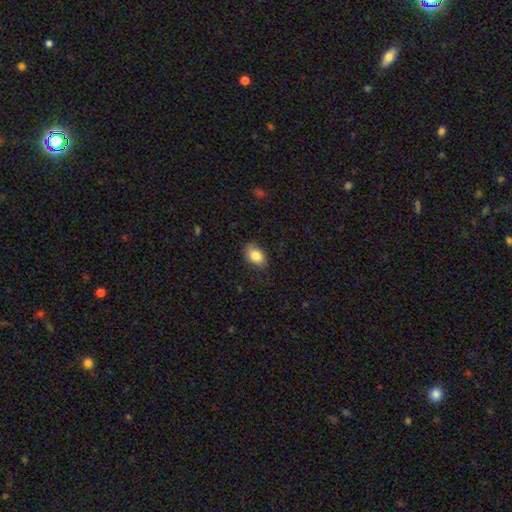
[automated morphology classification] This appears to be a smooth galaxy with no disk features (84%) that is in between round and cigar-shaped (82%). Merging: none (77%).